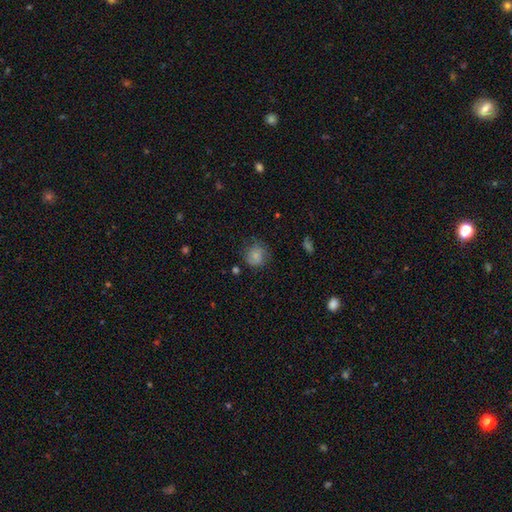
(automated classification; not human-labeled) A smooth galaxy with no disk features (75%) that is round (83%). Merging: none (67%).